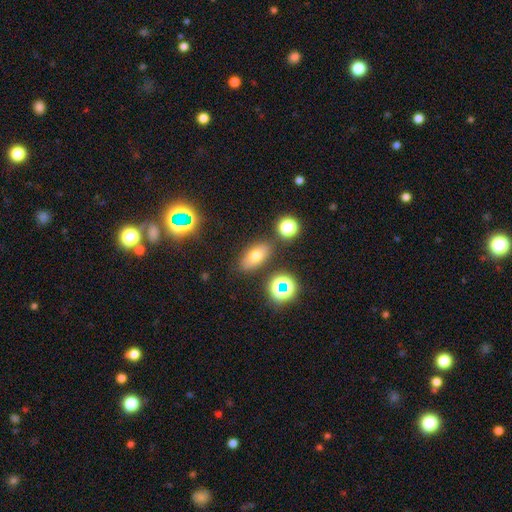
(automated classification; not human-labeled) This is likely a smooth galaxy (65%). How rounded: clearly in between (80%). Merging: clearly none (81%).